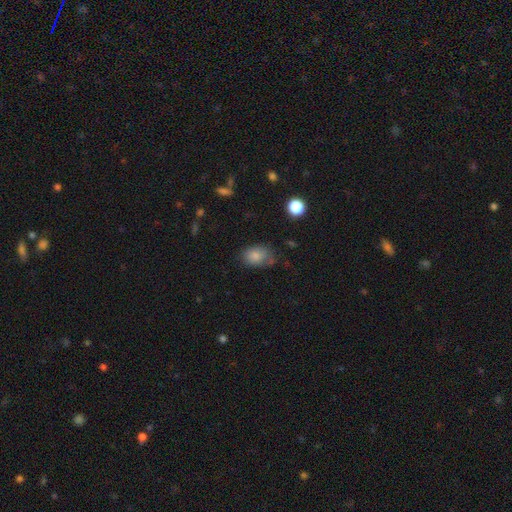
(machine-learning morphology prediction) A smooth galaxy with no disk features (83%) that is in between round and cigar-shaped (72%).

Vote fractions:
- Smooth or featured? smooth: 83% / star or artifact: 10% / featured or disk: 7%
- How rounded? in between: 72% / round: 27% / cigar-shaped: 1%
- Merging? none: 61% / minor disturbance: 26% / major disturbance: 8% / merger: 5%